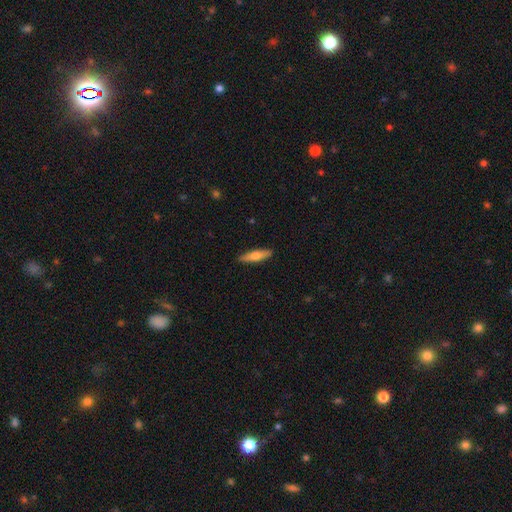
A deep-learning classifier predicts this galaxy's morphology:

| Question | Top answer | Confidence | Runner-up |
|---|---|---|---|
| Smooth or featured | smooth | 56% | featured or disk (38%) |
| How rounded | cigar-shaped | 76% | in between (22%) |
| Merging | none | 90% | minor disturbance (7%) |